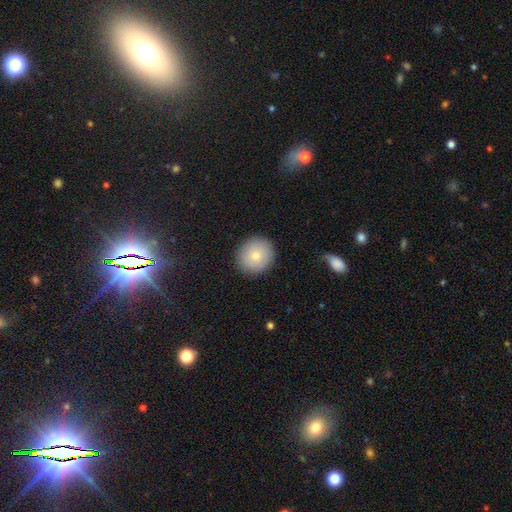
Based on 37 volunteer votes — This is likely a smooth galaxy (78%). How rounded: likely round (79%). Merging: clearly none (92%).